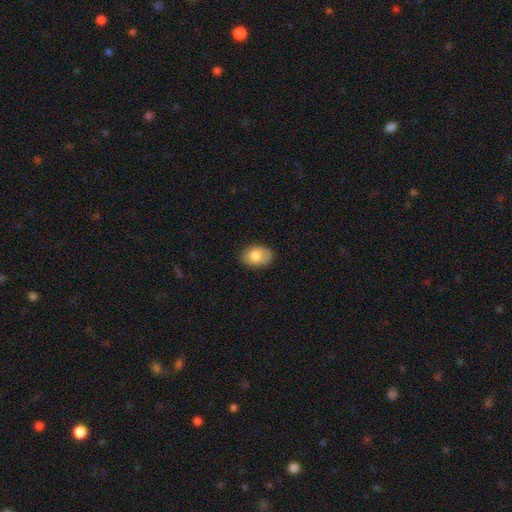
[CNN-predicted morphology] Smooth or featured?
  - smooth: 81% *
  - featured or disk: 12%
  - star or artifact: 7%
How rounded?
  - in between: 81% *
  - round: 18%
  - cigar-shaped: 1%
Merging?
  - none: 82% *
  - minor disturbance: 14%
  - major disturbance: 3%
  - merger: 1%